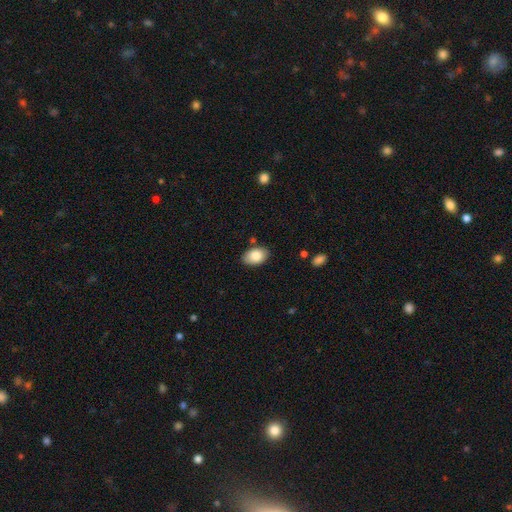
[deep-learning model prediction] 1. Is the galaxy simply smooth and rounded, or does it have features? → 85% smooth, 8% featured or disk, 7% star or artifact.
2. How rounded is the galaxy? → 90% in between, 9% round, 1% cigar-shaped.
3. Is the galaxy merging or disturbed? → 82% none, 13% minor disturbance, 3% merger, 3% major disturbance.